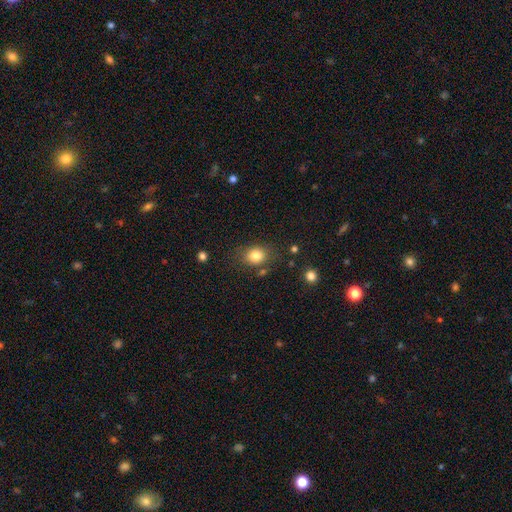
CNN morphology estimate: A smooth galaxy with no disk features (82%) that is round (51%).

Vote fractions:
- Smooth or featured? smooth: 82% / star or artifact: 10% / featured or disk: 7%
- How rounded? round: 51% / in between: 48% / cigar-shaped: 1%
- Merging? none: 75% / minor disturbance: 15% / major disturbance: 5% / merger: 5%